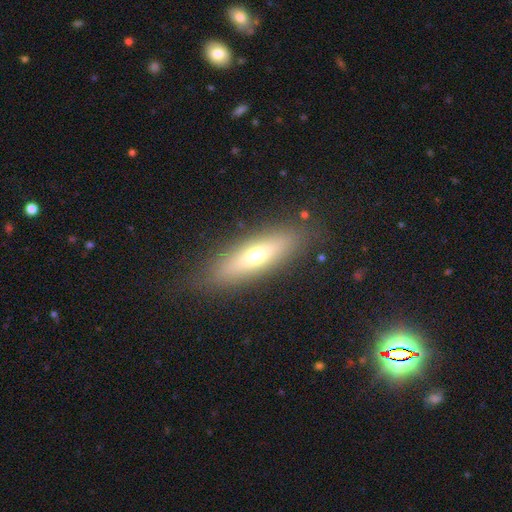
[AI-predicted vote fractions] This appears to be a smooth galaxy with no disk features (54%) that is cigar-shaped (61%). Merging: none (86%).